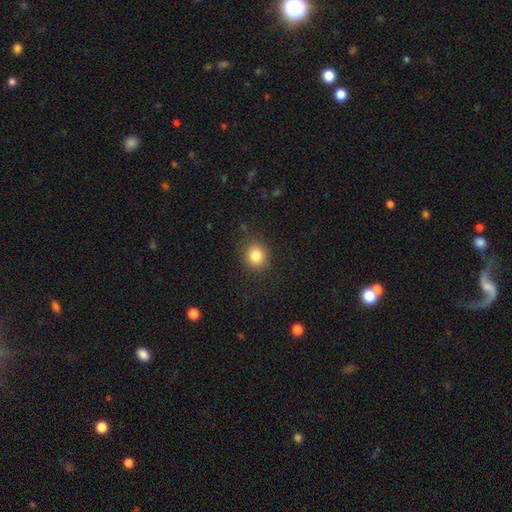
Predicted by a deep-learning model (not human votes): smooth-or-featured: smooth: 84% | star or artifact: 11% | featured or disk: 6%
  how-rounded: round: 80% | in between: 19% | cigar-shaped: 1%
  merging: none: 87% | minor disturbance: 9% | major disturbance: 3% | merger: 1%